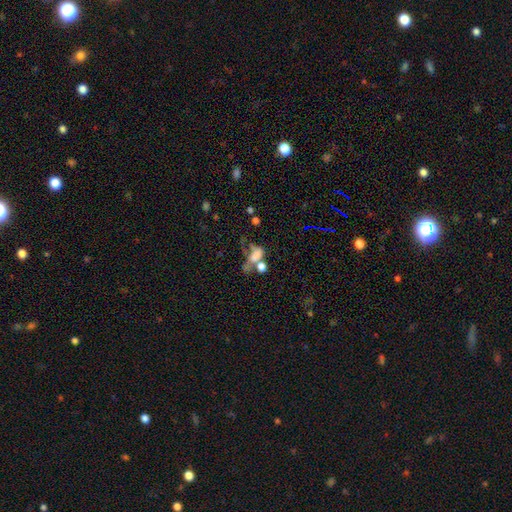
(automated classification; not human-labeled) smooth 51%, featured or disk 31%, star or artifact 18%. Down the decision tree: how rounded — in between (75%); merging — merger (43%).